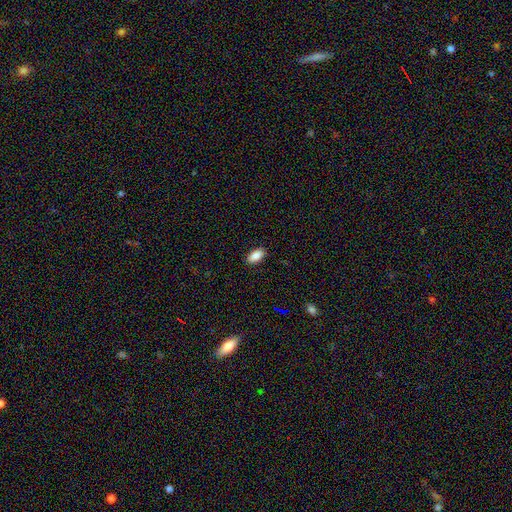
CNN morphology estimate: smooth-or-featured: smooth: 87% | star or artifact: 8% | featured or disk: 5%
  how-rounded: in between: 91% | cigar-shaped: 6% | round: 3%
  merging: none: 88% | minor disturbance: 9% | major disturbance: 2% | merger: 1%